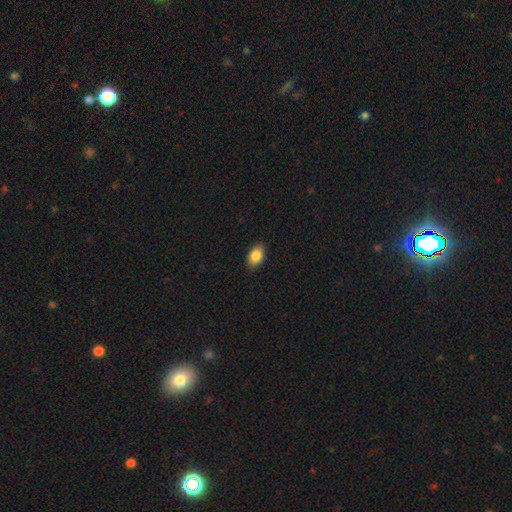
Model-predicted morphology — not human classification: smooth-or-featured: smooth: 87% | star or artifact: 8% | featured or disk: 6%
  how-rounded: in between: 87% | round: 11% | cigar-shaped: 2%
  merging: none: 88% | minor disturbance: 9% | major disturbance: 2% | merger: 1%